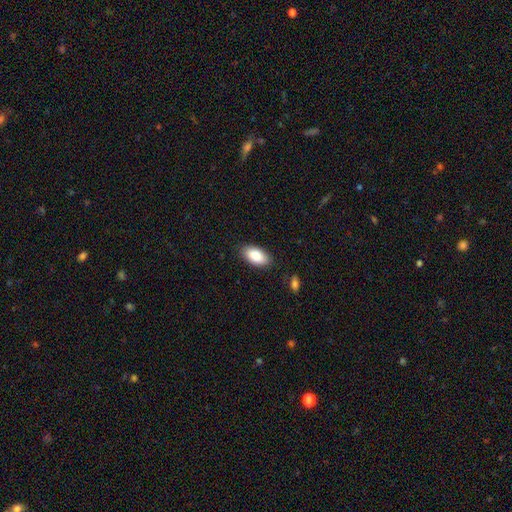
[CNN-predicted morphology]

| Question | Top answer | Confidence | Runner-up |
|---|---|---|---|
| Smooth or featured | smooth | 89% | star or artifact (6%) |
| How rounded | in between | 94% | cigar-shaped (3%) |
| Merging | none | 85% | minor disturbance (11%) |